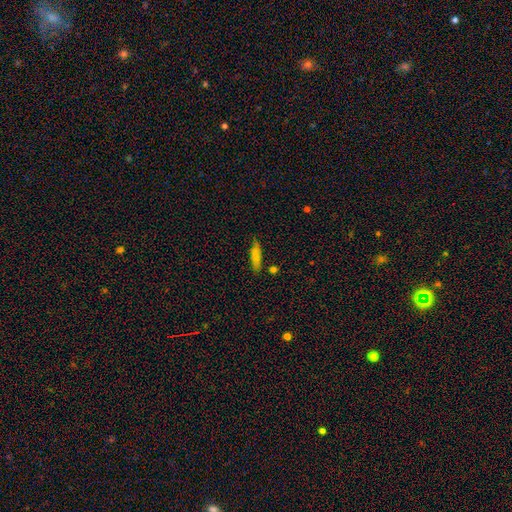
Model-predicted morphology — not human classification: Smooth or featured?
  - smooth: 80% *
  - featured or disk: 12%
  - star or artifact: 8%
How rounded?
  - cigar-shaped: 76% *
  - in between: 22%
  - round: 2%
Merging?
  - none: 80% *
  - minor disturbance: 14%
  - merger: 3%
  - major disturbance: 3%